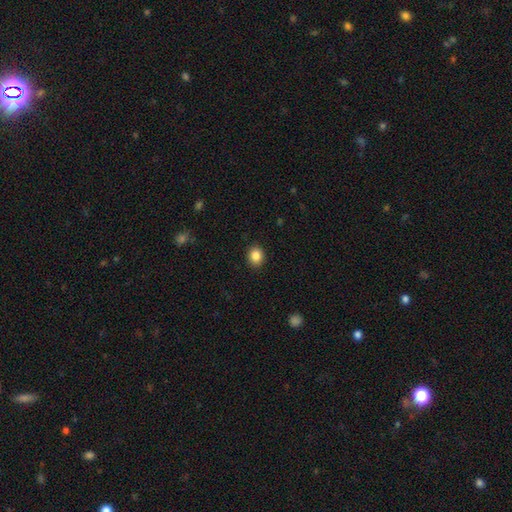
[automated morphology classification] smooth-or-featured: smooth: 86% | star or artifact: 10% | featured or disk: 5%
  how-rounded: round: 63% | in between: 36% | cigar-shaped: 1%
  merging: none: 90% | minor disturbance: 7% | major disturbance: 2% | merger: 1%